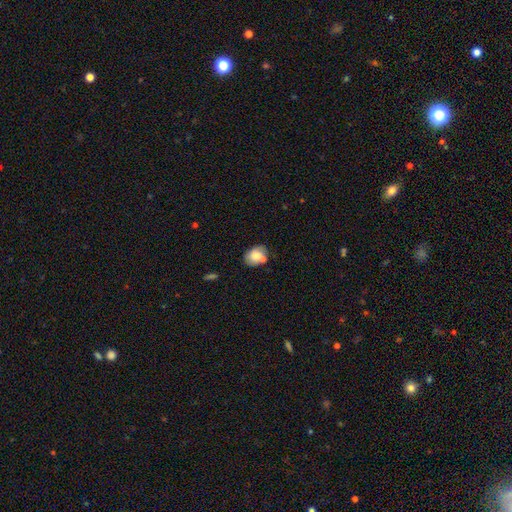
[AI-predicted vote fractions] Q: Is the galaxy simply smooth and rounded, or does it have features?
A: smooth — 76%.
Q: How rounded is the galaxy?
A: in between — 68%.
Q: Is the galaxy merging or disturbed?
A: none — 56%.